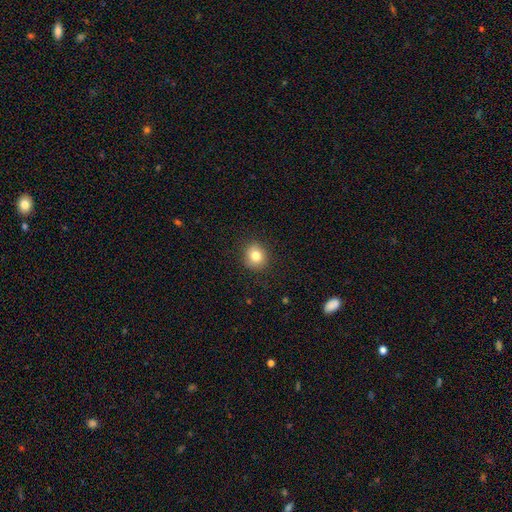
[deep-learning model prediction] The model was most divided on "how rounded": round: 81%, in between: 18%, cigar-shaped: 1%. More confident: merging — none (89%); smooth or featured — smooth (81%).